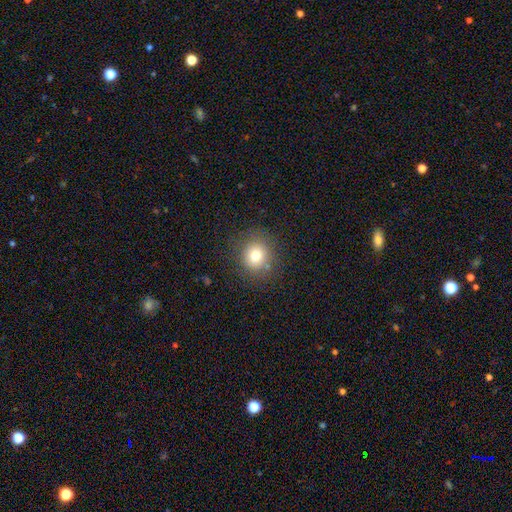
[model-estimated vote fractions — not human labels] Morphology: type=smooth (76%); roundness=round (88%); merging=none (84%).